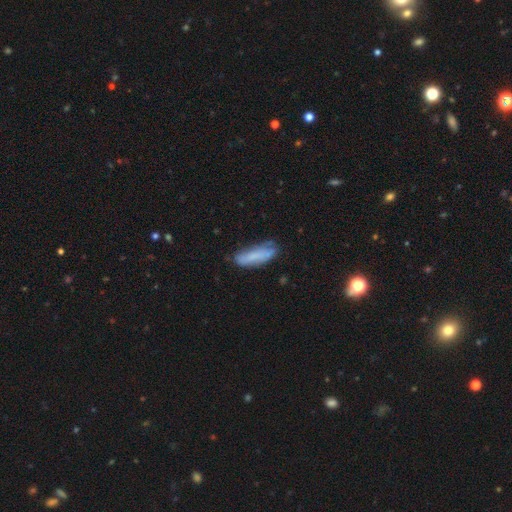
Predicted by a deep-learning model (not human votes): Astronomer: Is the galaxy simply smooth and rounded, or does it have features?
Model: smooth — 71%.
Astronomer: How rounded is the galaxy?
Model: cigar-shaped — 54% (runner-up: in between, 44%).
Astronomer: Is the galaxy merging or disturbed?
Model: none — 62%.